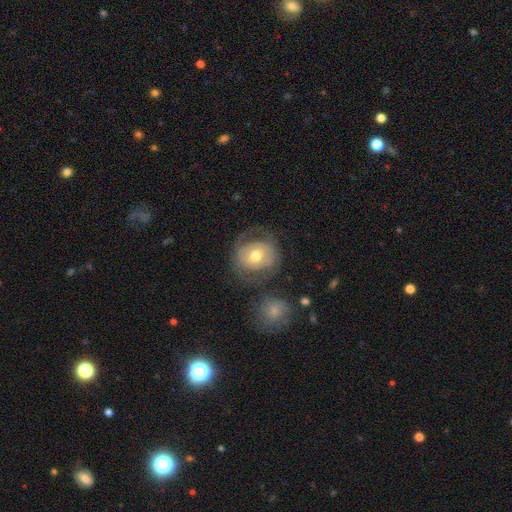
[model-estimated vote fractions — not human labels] This appears to be a featured or disk galaxy (52%). Merging: none (56%).